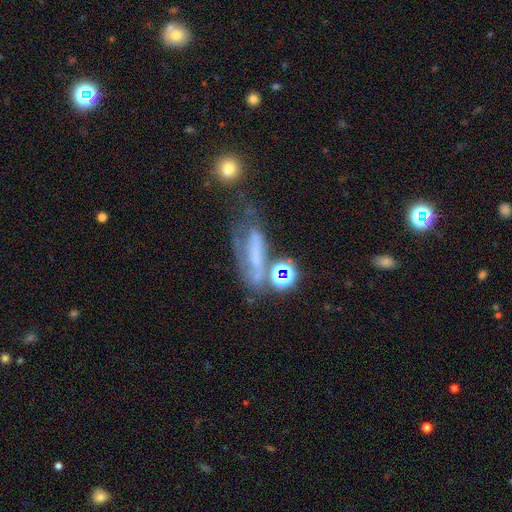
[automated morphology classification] smooth_or_featured: featured or disk (p=0.50) [alt: smooth p=0.29]
merging: none (p=0.32) [alt: major disturbance p=0.31]